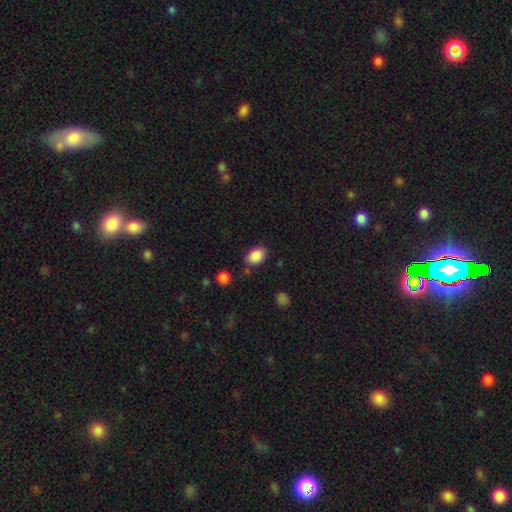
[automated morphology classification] This is clearly a smooth galaxy (88%). How rounded: clearly in between (83%). Merging: likely none (79%).